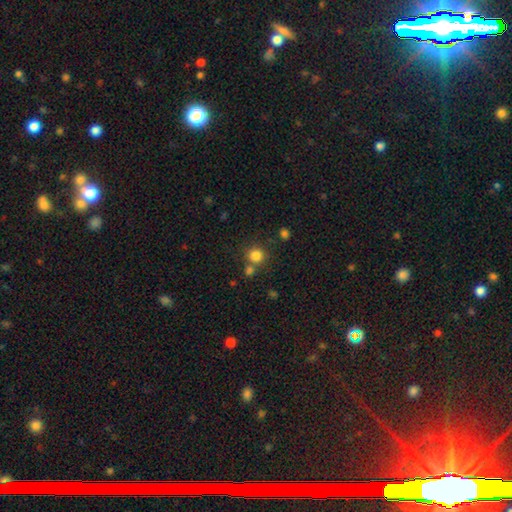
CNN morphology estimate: The model was most divided on "merging": none: 71%, merger: 18%, minor disturbance: 8%, major disturbance: 3%. More confident: how rounded — round (92%); smooth or featured — smooth (82%).